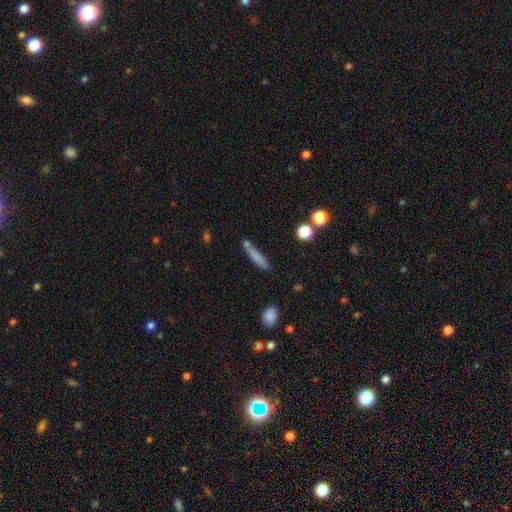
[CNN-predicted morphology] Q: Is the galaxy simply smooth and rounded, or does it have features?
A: smooth — 72%.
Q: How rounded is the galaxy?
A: cigar-shaped — 90%.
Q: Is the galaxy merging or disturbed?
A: none — 71%.